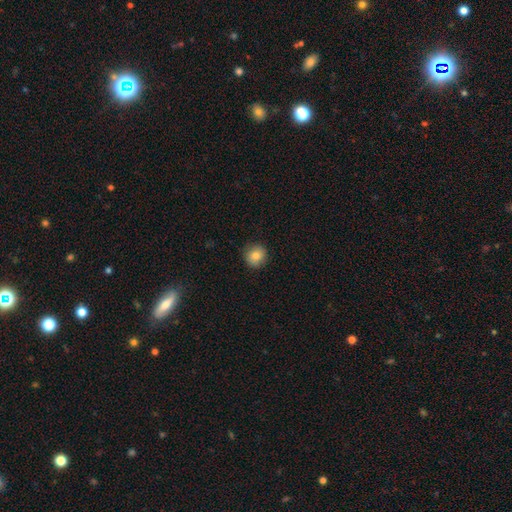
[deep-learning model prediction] smooth-or-featured: smooth: 81% | star or artifact: 10% | featured or disk: 9%
  how-rounded: round: 92% | in between: 7% | cigar-shaped: 1%
  merging: none: 88% | minor disturbance: 9% | major disturbance: 2% | merger: 1%